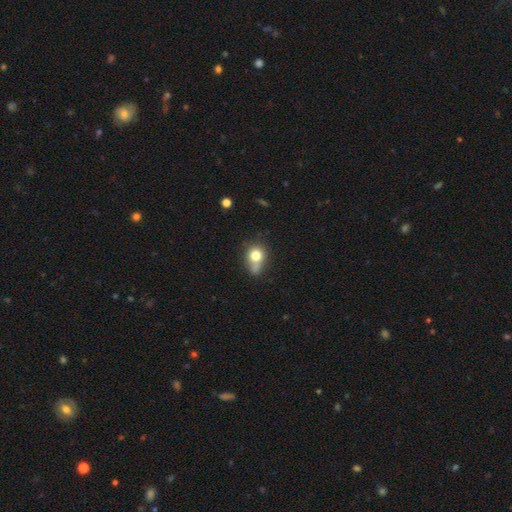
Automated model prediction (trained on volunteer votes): A smooth galaxy with no disk features (75%) that is round (60%).

Vote fractions:
- Smooth or featured? smooth: 75% / featured or disk: 13% / star or artifact: 11%
- How rounded? round: 60% / in between: 38% / cigar-shaped: 2%
- Merging? none: 41% / minor disturbance: 28% / merger: 17% / major disturbance: 14%